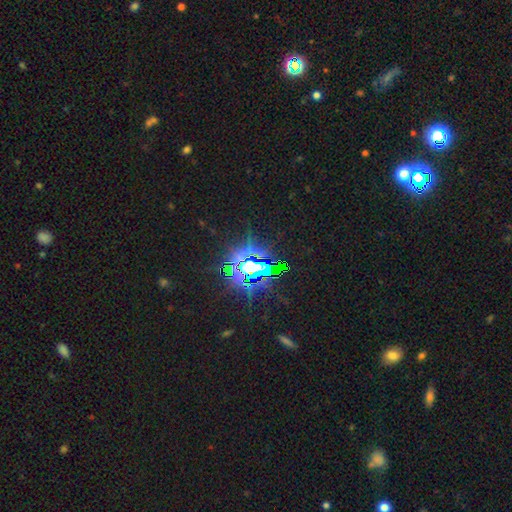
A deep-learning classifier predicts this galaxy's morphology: star or artifact 83%, featured or disk 9%, smooth 8%.